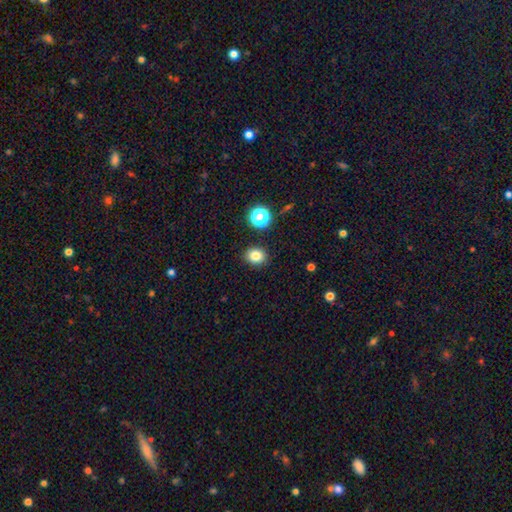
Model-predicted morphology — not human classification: type=smooth (82%); roundness=round (62%); merging=none (88%).